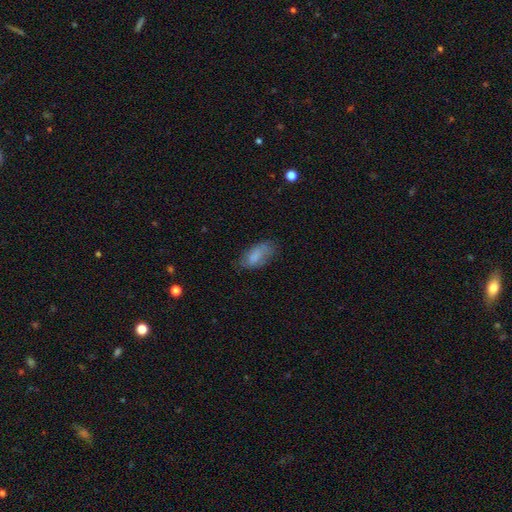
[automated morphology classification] This is likely a smooth galaxy (78%). How rounded: clearly in between (91%). Merging: likely none (62%).